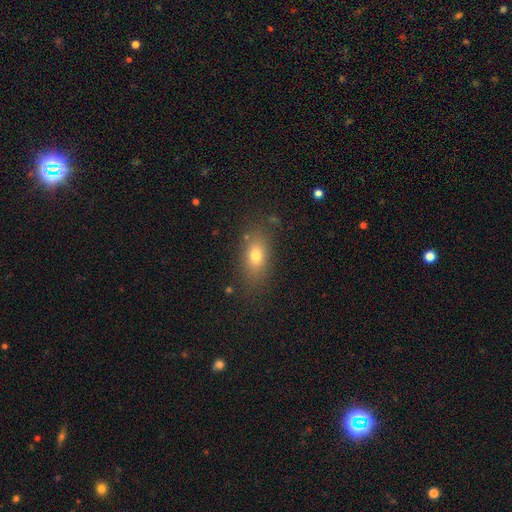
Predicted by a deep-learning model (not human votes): Q: Smooth or featured?
A: smooth (74%); runner-up: featured or disk (14%)
Q: How rounded?
A: in between (80%); runner-up: round (13%)
Q: Merging?
A: none (80%); runner-up: minor disturbance (13%)